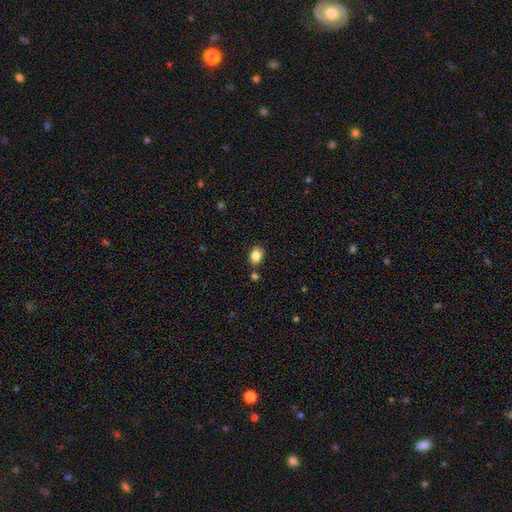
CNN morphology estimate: A smooth galaxy with no disk features (86%) that is in between round and cigar-shaped (78%).

Vote fractions:
- Smooth or featured? smooth: 86% / star or artifact: 9% / featured or disk: 5%
- How rounded? in between: 78% / round: 20% / cigar-shaped: 1%
- Merging? none: 74% / minor disturbance: 14% / merger: 9% / major disturbance: 3%